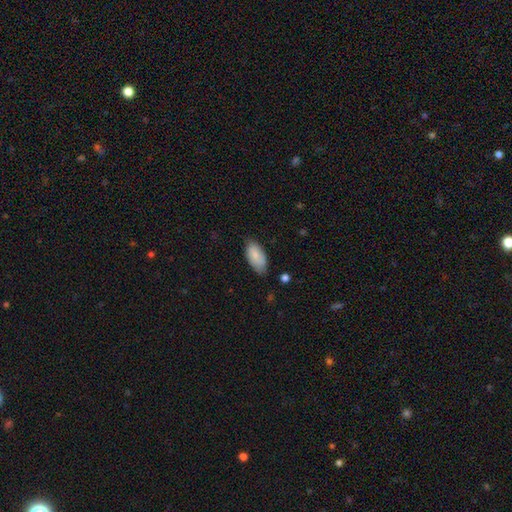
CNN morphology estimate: A smooth galaxy with no disk features (77%) that is in between round and cigar-shaped (93%). Merging: none (69%).